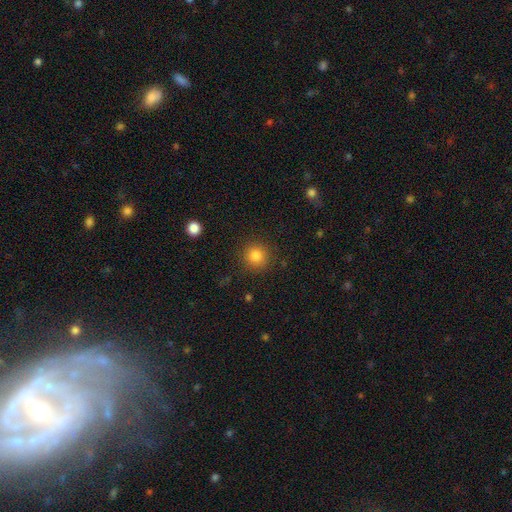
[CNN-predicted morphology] Smooth or featured: smooth — 84% (star or artifact — 11%)
How rounded: round — 92% (in between — 8%)
Merging: none — 89% (minor disturbance — 7%)